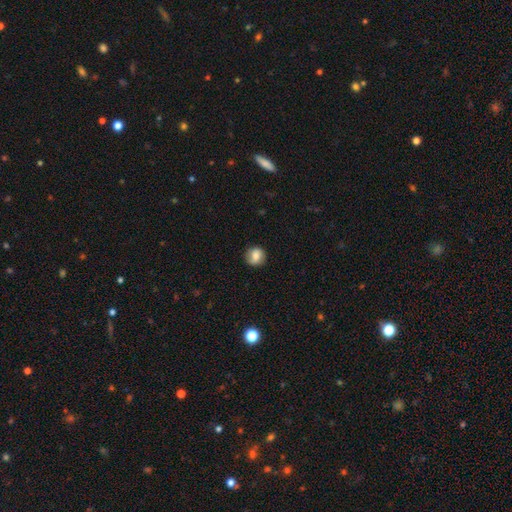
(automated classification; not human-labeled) Smooth or featured? smooth (74%)
How rounded? round (87%)
Merging? none (83%)